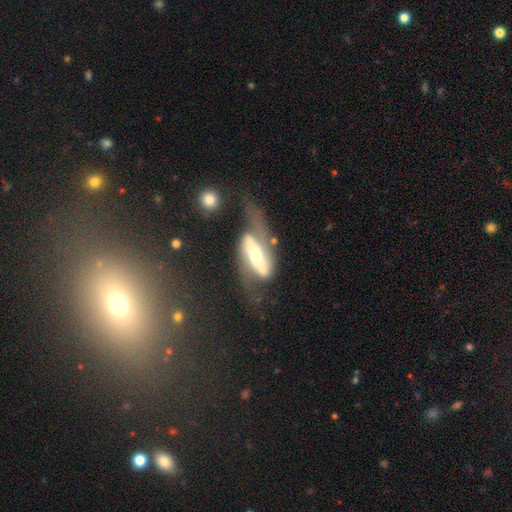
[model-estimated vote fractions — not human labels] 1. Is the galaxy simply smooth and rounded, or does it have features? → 76% featured or disk, 18% smooth, 5% star or artifact.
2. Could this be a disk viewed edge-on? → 83% no, 17% yes.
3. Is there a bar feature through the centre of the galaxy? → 60% strong, 20% weak, 20% no.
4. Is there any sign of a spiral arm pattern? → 84% yes, 16% no.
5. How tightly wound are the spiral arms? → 68% loose, 23% medium, 9% tight.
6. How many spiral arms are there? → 86% 2, 7% 1, 5% can't tell, 1% 3, 1% 4, 1% more than 4.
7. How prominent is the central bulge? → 57% moderate, 26% small, 12% large, 3% dominant, 2% none.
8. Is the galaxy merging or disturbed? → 39% major disturbance, 35% none, 20% minor disturbance, 6% merger.